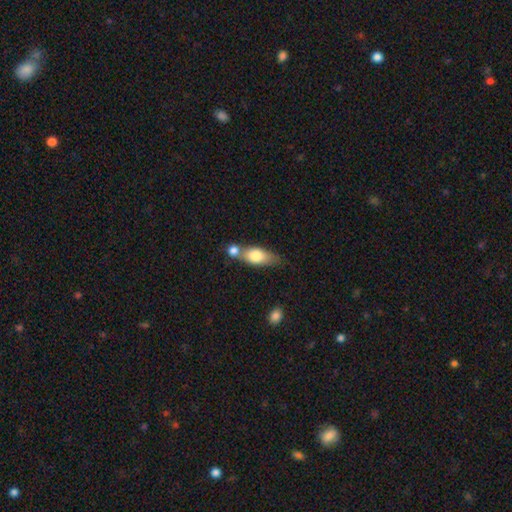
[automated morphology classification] smooth 73%, featured or disk 20%, star or artifact 7%. Down the decision tree: how rounded — in between (72%); merging — merger (49%).